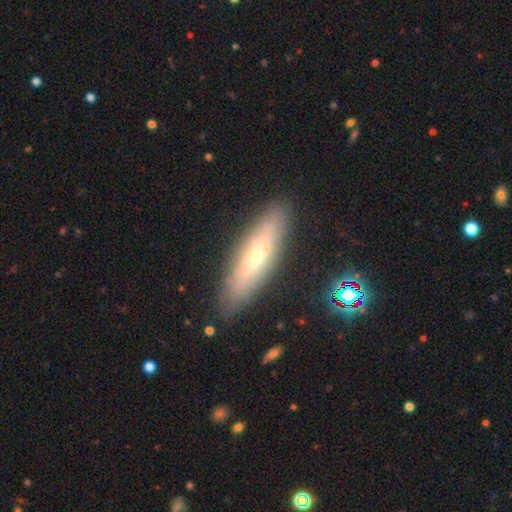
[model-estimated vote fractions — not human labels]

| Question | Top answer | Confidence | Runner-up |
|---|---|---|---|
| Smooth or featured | smooth | 54% | featured or disk (38%) |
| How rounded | cigar-shaped | 63% | in between (35%) |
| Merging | none | 85% | minor disturbance (11%) |